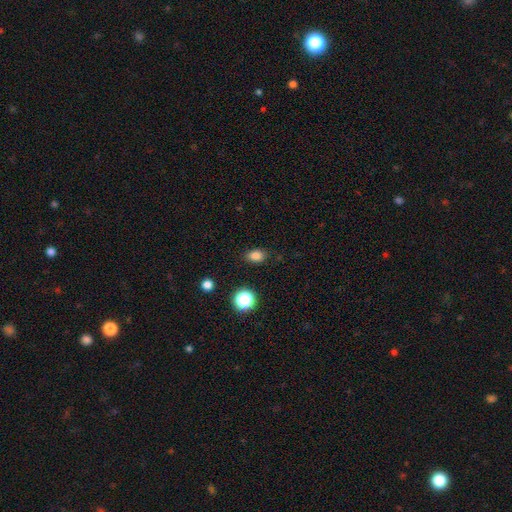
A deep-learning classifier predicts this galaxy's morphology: Smooth or featured? Predicted: smooth (p=0.82). How rounded? Predicted: in between (p=0.74). Merging? Predicted: none (p=0.85).